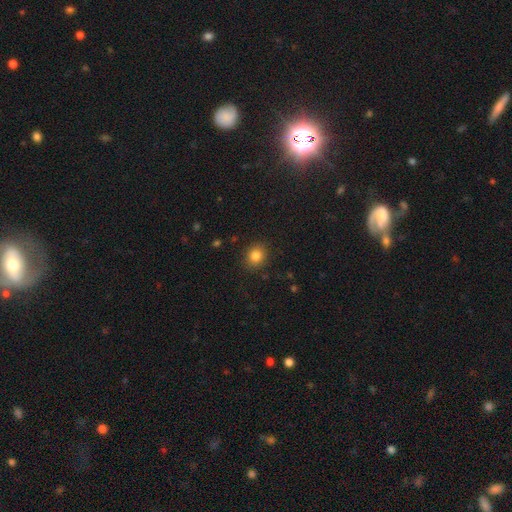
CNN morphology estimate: Q: Smooth or featured?
A: smooth (83%); runner-up: star or artifact (11%)
Q: How rounded?
A: round (75%); runner-up: in between (24%)
Q: Merging?
A: none (89%); runner-up: minor disturbance (8%)